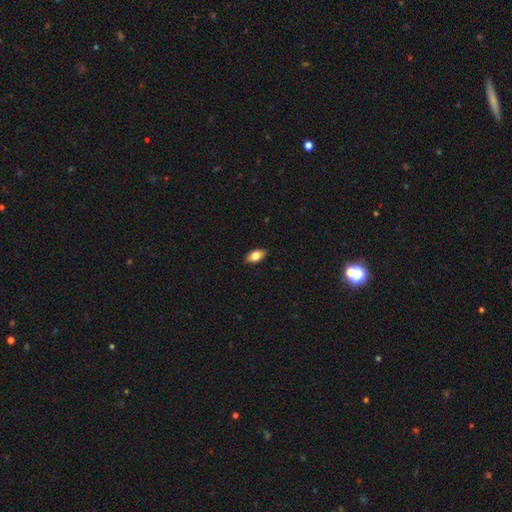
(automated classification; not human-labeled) Smooth or featured?
  - smooth: 81% *
  - featured or disk: 12%
  - star or artifact: 7%
How rounded?
  - in between: 92% *
  - round: 4%
  - cigar-shaped: 4%
Merging?
  - none: 89% *
  - minor disturbance: 8%
  - major disturbance: 2%
  - merger: 1%